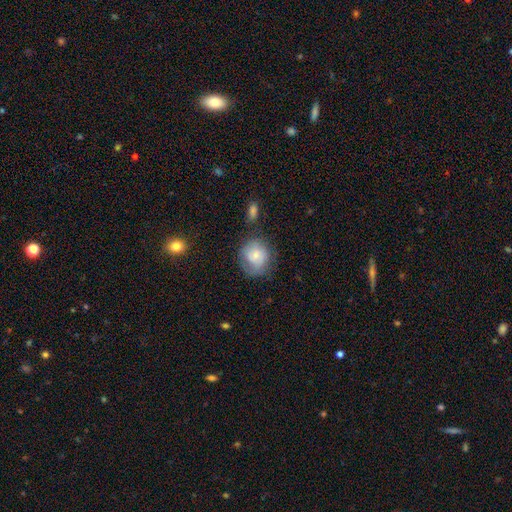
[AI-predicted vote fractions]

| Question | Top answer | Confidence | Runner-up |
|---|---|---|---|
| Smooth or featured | smooth | 66% | featured or disk (26%) |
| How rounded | round | 81% | in between (19%) |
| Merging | none | 61% | minor disturbance (24%) |